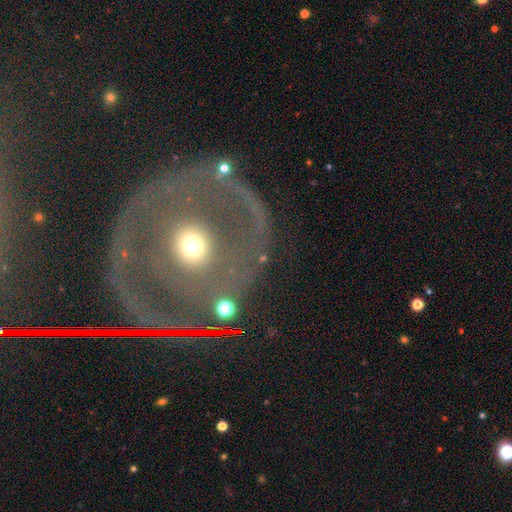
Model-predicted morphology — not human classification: smooth-or-featured: featured or disk: 70% | smooth: 19% | star or artifact: 11%
  disk-edge-on: no: 95% | yes: 5%
    bar: no: 73% | weak: 16% | strong: 10%
    has-spiral-arms: yes: 54% | no: 46%
    bulge-size: moderate: 68% | small: 22% | large: 6% | dominant: 2% | none: 1%
  merging: none: 73% | minor disturbance: 14% | major disturbance: 10% | merger: 3%